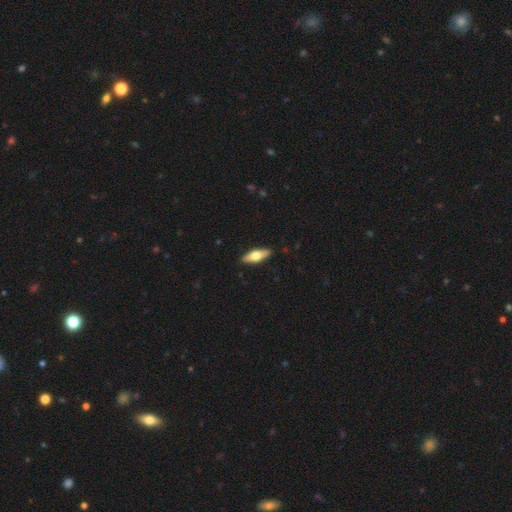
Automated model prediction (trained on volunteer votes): This is possibly a smooth galaxy (52%). How rounded: possibly in between (59%). Merging: clearly none (90%).